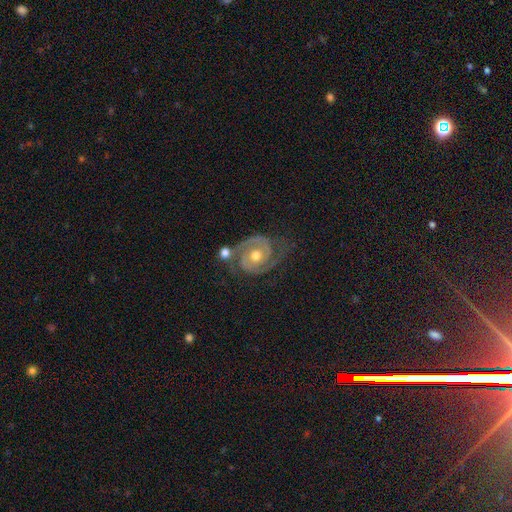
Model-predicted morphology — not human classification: This appears to be a featured or disk galaxy (90%) with no bar (71%), 2 (90%) tight (59%) spiral arms (98%) and a moderate central bulge (75%). Merging: none (69%).